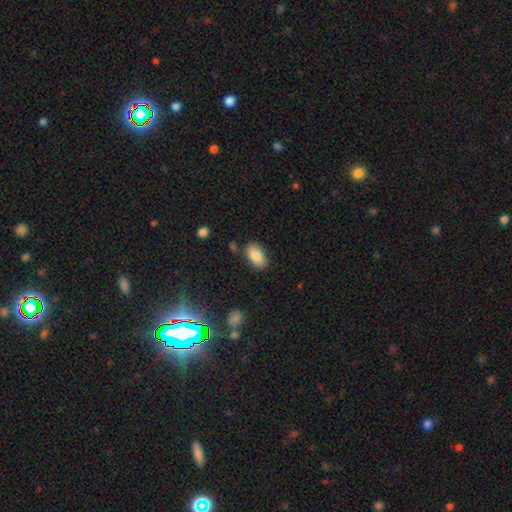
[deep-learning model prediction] The model was most divided on "merging": none: 81%, minor disturbance: 13%, merger: 3%, major disturbance: 3%. More confident: how rounded — in between (94%); smooth or featured — smooth (86%).